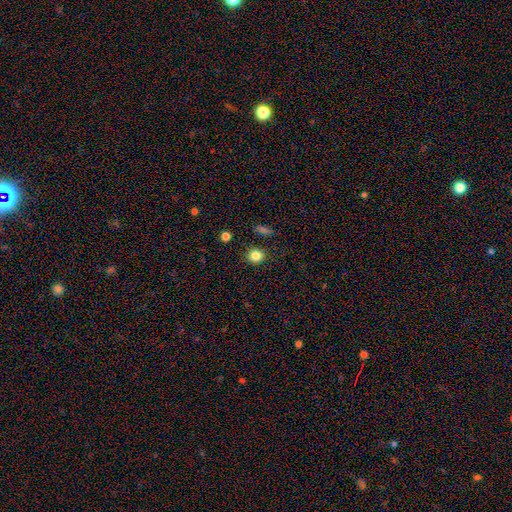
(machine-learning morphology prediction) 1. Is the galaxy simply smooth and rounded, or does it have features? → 83% smooth, 11% star or artifact, 5% featured or disk.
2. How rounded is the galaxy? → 84% round, 15% in between, 1% cigar-shaped.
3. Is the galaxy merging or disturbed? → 88% none, 7% minor disturbance, 2% merger, 2% major disturbance.